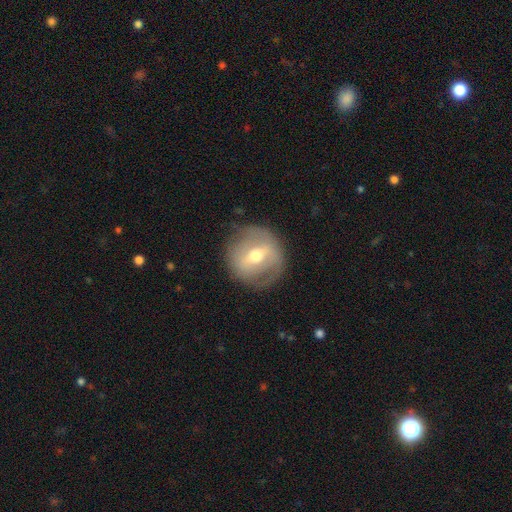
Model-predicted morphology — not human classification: smooth-or-featured: featured or disk: 62% | smooth: 31% | star or artifact: 7%
  disk-edge-on: no: 91% | yes: 9%
    bar: strong: 45% | weak: 39% | no: 16%
    has-spiral-arms: no: 59% | yes: 41%
    bulge-size: moderate: 70% | small: 23% | large: 5% | dominant: 1% | none: 1%
  merging: none: 78% | minor disturbance: 14% | major disturbance: 7% | merger: 1%